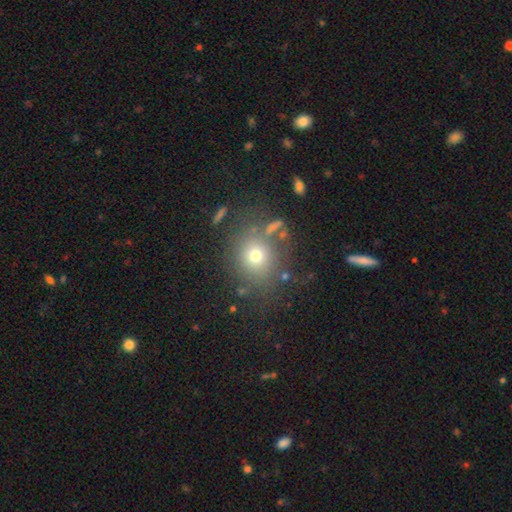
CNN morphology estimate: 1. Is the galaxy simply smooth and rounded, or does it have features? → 70% smooth, 17% star or artifact, 13% featured or disk.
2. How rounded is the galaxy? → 81% round, 18% in between, 1% cigar-shaped.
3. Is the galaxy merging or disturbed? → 75% none, 12% minor disturbance, 7% major disturbance, 6% merger.